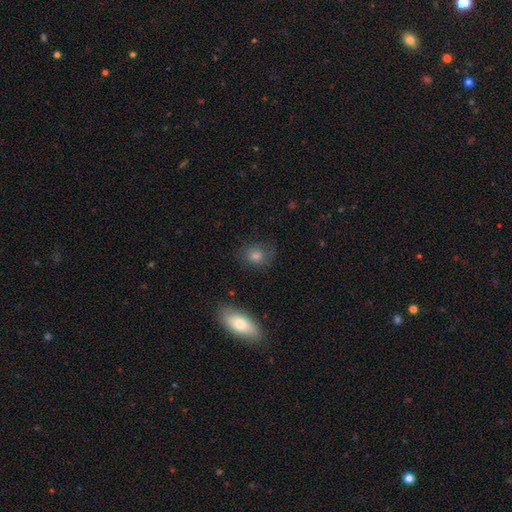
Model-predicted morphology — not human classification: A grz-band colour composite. It shows a smooth galaxy with no disk features (75%) that is round (65%). Merging: none (79%).